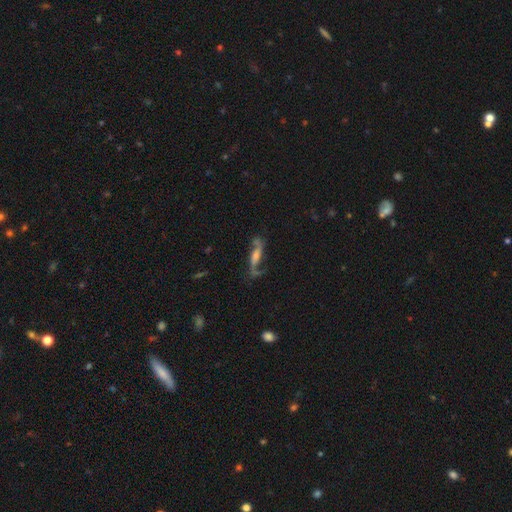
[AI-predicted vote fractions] A featured or disk galaxy (73%) with no bar (39%), spiral arms (90%) and a moderate central bulge (42%). Merging: none (65%).